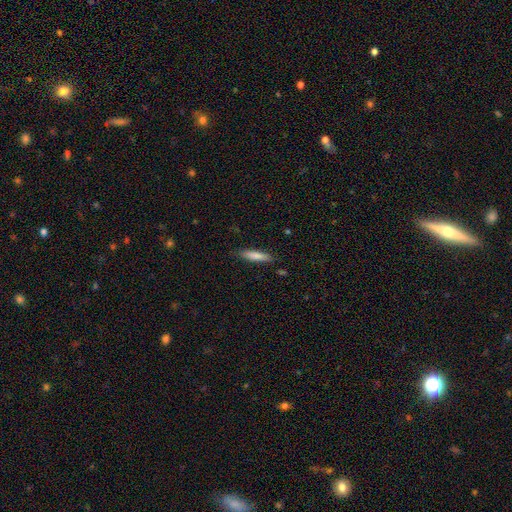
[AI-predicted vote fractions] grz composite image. It shows a smooth galaxy with no disk features (81%) that is cigar-shaped (82%). Merging: none (84%).